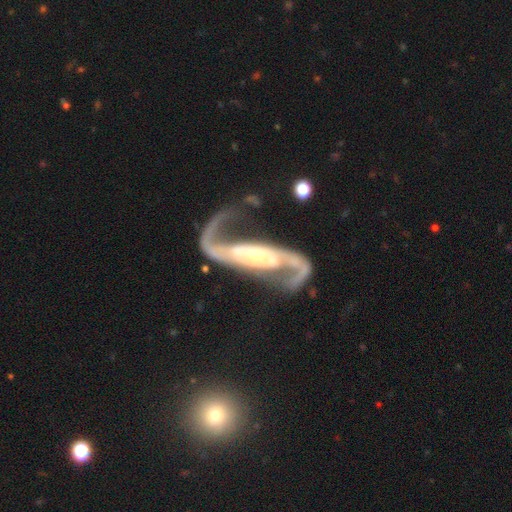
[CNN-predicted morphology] Q: Smooth or featured?
A: featured or disk (89%); runner-up: smooth (7%)
Q: Edge-on disk?
A: no (90%); runner-up: yes (10%)
Q: Bar?
A: no (47%); runner-up: weak (27%)
Q: Spiral arms?
A: yes (92%); runner-up: no (8%)
Q: Spiral winding?
A: loose (55%); runner-up: medium (32%)
Q: Spiral arm count?
A: 2 (85%); runner-up: 1 (8%)
Q: Bulge size?
A: small (45%); tied with: moderate (45%)
Q: Merging?
A: none (51%); runner-up: major disturbance (25%)